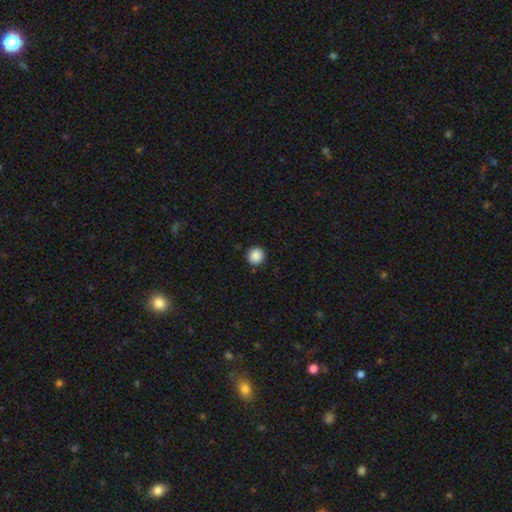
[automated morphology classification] The model was most divided on "smooth or featured": smooth: 88%, star or artifact: 9%, featured or disk: 3%. More confident: how rounded — round (95%); merging — none (91%).